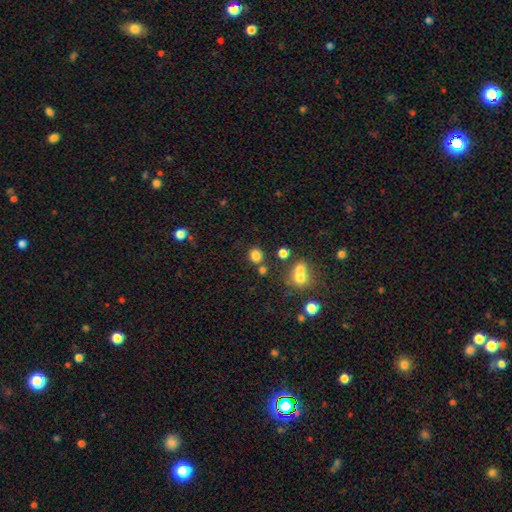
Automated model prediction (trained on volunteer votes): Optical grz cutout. It shows a smooth galaxy with no disk features (79%) that is round (82%). Merging: none (73%).